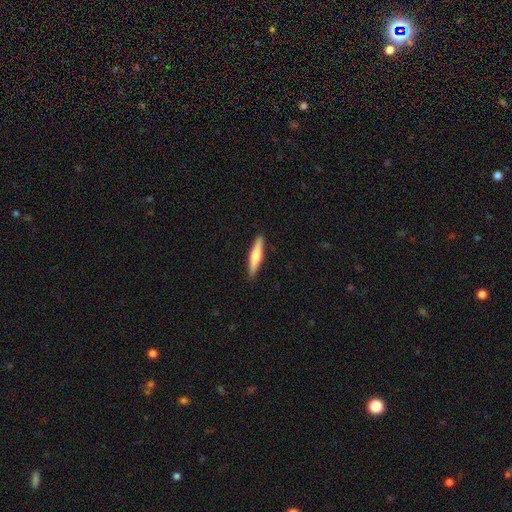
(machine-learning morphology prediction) This is likely a smooth galaxy (61%). How rounded: clearly cigar-shaped (86%). Merging: clearly none (90%).